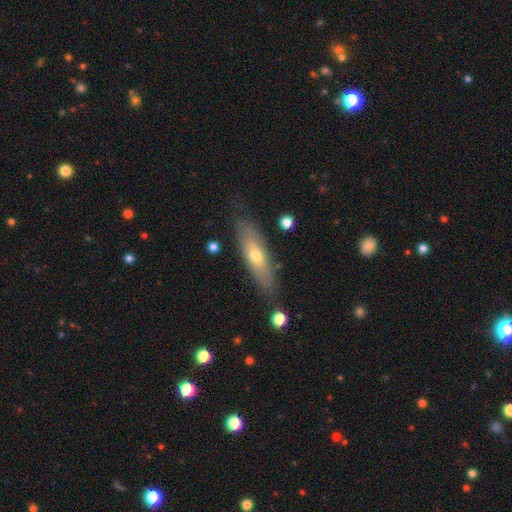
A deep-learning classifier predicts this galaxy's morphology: Q: Smooth or featured?
A: smooth (51%); runner-up: featured or disk (43%)
Q: How rounded?
A: cigar-shaped (56%); runner-up: in between (41%)
Q: Merging?
A: none (79%); runner-up: minor disturbance (15%)